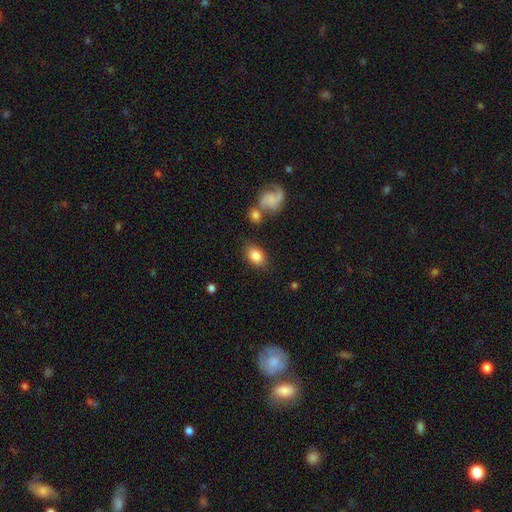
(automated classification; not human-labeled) Smooth or featured? Predicted: smooth (p=0.83). How rounded? Predicted: in between (p=0.82). Merging? Predicted: none (p=0.78).